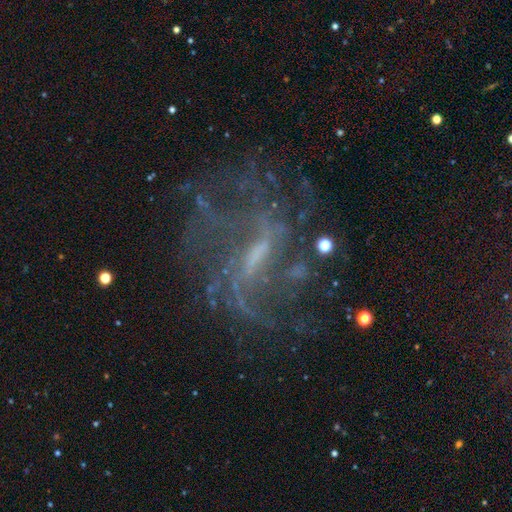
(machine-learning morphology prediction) A featured or disk galaxy (74%) with a weak bar (49%), loose (41%) spiral arms (77%) and a small central bulge (47%).

Vote fractions:
- Smooth or featured? featured or disk: 74% / star or artifact: 18% / smooth: 9%
- Edge-on disk? no: 94% / yes: 6%
- Bar? weak: 49% / strong: 29% / no: 21%
- Spiral arms? yes: 77% / no: 23%
- Spiral winding? loose: 41% / medium: 36% / tight: 23%
- Spiral arm count? can't tell: 48% / 2: 17% / 3: 11% / 4: 10% / more than 4: 7% / 1: 7%
- Bulge size? small: 47% / none: 26% / moderate: 23% / large: 2% / dominant: 1%
- Merging? none: 56% / major disturbance: 24% / minor disturbance: 16% / merger: 4%